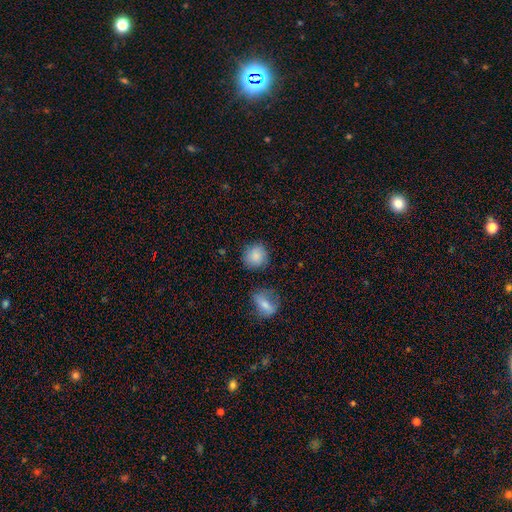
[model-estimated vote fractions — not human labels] Smooth or featured? Predicted: smooth (p=0.85). How rounded? Predicted: round (p=0.85). Merging? Predicted: none (p=0.80).